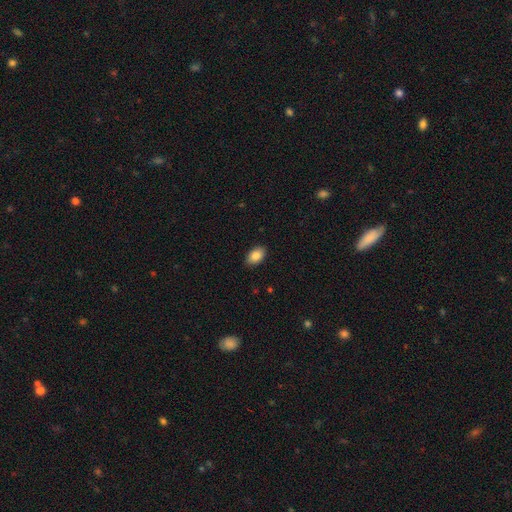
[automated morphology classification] A smooth galaxy with no disk features (85%) that is in between round and cigar-shaped (91%).

Vote fractions:
- Smooth or featured? smooth: 85% / featured or disk: 7% / star or artifact: 7%
- How rounded? in between: 91% / round: 8% / cigar-shaped: 1%
- Merging? none: 88% / minor disturbance: 9% / major disturbance: 2% / merger: 1%